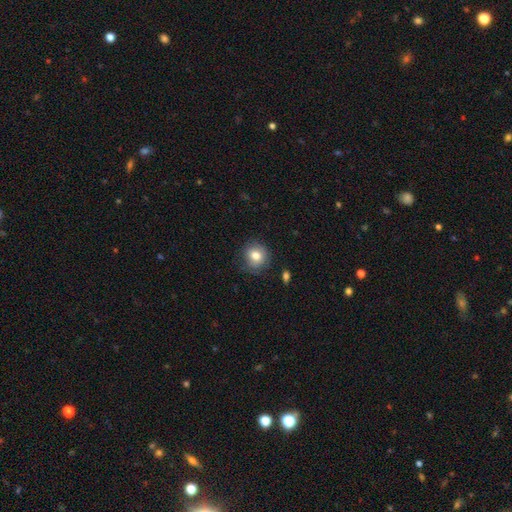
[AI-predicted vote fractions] Smooth or featured: smooth — 79% (featured or disk — 12%)
How rounded: round — 84% (in between — 15%)
Merging: none — 78% (minor disturbance — 16%)